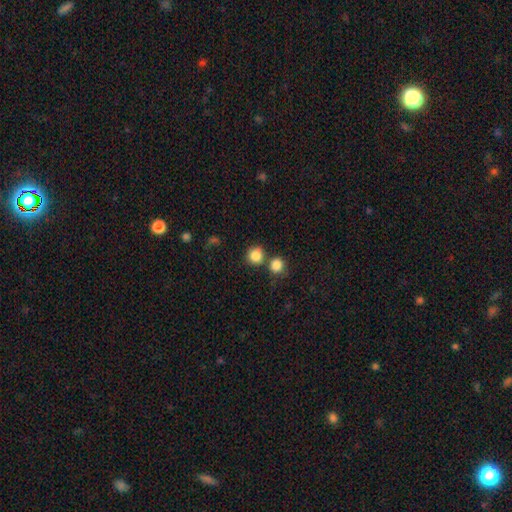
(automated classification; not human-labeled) A smooth galaxy with no disk features (85%) that is round (88%). Merging: none (69%).